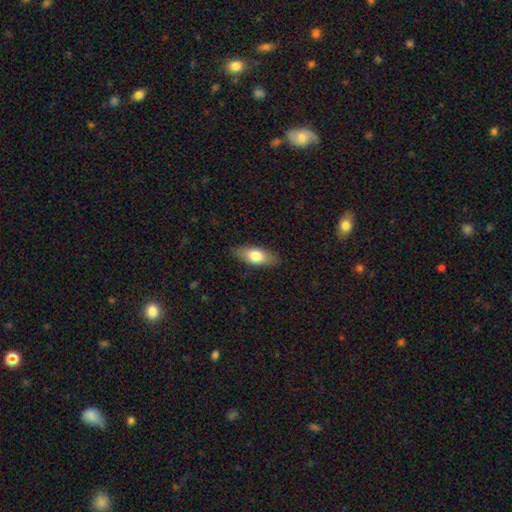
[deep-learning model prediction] This appears to be a smooth galaxy with no disk features (72%) that is in between round and cigar-shaped (77%). Merging: none (87%).